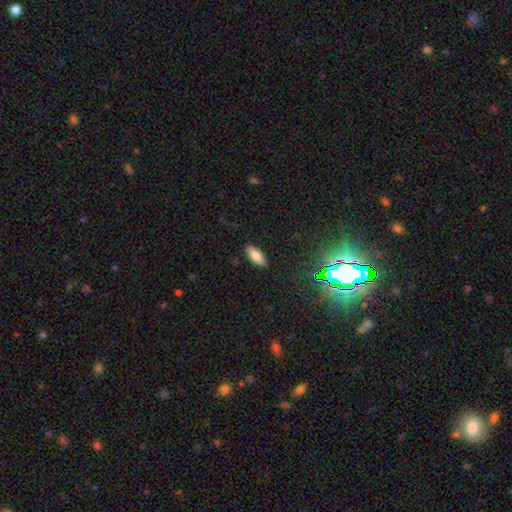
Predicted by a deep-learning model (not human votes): Smooth or featured? smooth (78%)
How rounded? in between (76%)
Merging? none (89%)